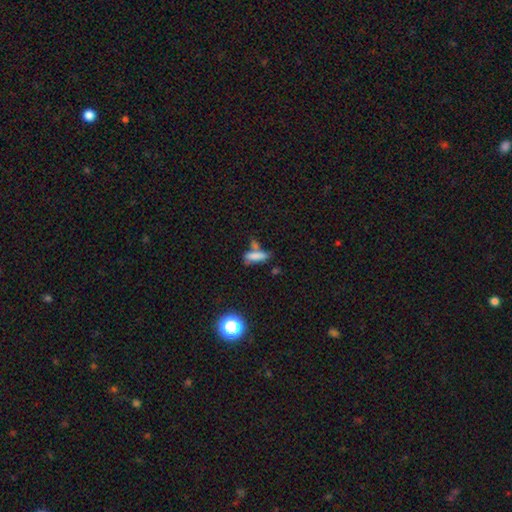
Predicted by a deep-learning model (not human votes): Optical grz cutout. It shows a smooth galaxy with no disk features (73%) that is cigar-shaped (54%). Merging: none (42%).